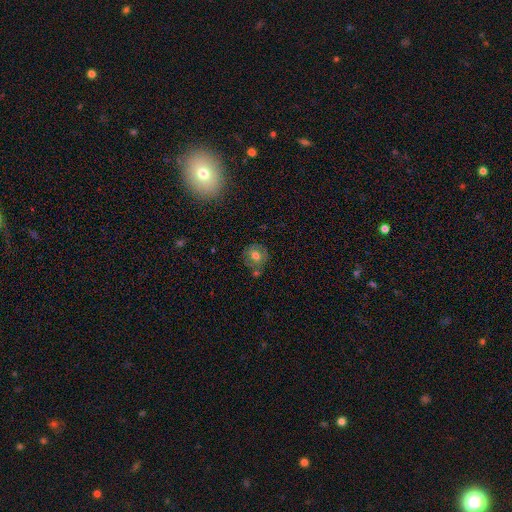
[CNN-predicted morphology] Smooth or featured?
  - smooth: 62% *
  - featured or disk: 27%
  - star or artifact: 12%
How rounded?
  - round: 86% *
  - in between: 13%
  - cigar-shaped: 1%
Merging?
  - none: 73% *
  - minor disturbance: 15%
  - merger: 8%
  - major disturbance: 4%